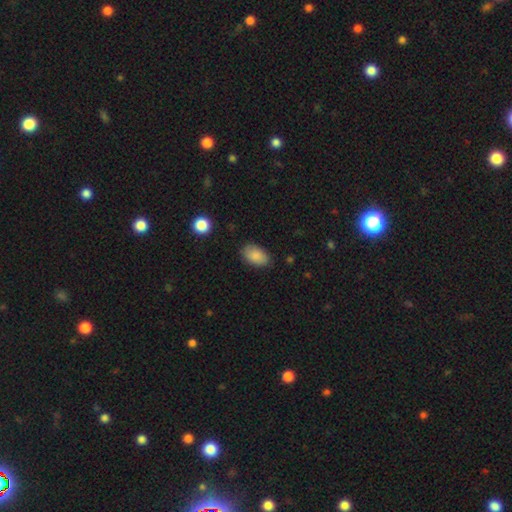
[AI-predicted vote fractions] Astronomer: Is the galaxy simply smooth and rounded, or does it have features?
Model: smooth — 88%.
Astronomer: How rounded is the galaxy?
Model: in between — 91%.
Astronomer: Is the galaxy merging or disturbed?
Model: none — 83%.